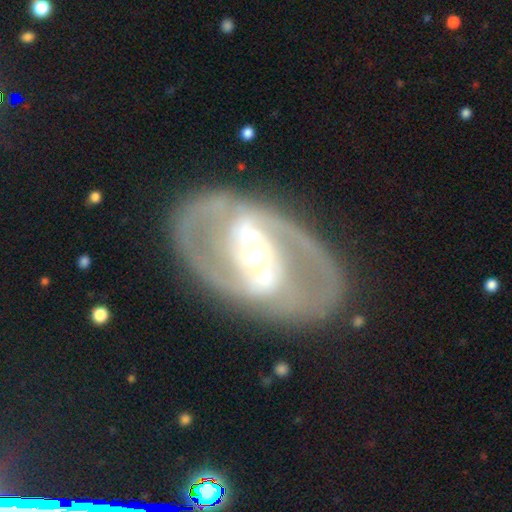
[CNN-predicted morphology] featured or disk 88%, smooth 7%, star or artifact 5%. Down the decision tree: edge-on disk — no (96%); bar — strong (50%); spiral arms — yes (89%); spiral arm count — 2 (87%); spiral winding — medium (49%); bulge size — moderate (55%); merging — none (80%).